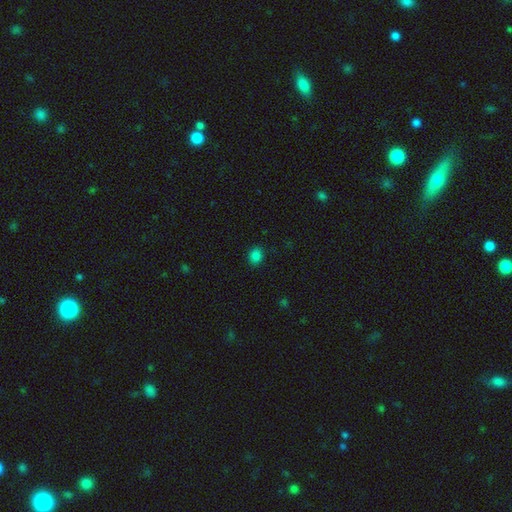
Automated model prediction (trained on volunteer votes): A smooth galaxy with no disk features (83%) that is round (64%).

Vote fractions:
- Smooth or featured? smooth: 83% / star or artifact: 14% / featured or disk: 3%
- How rounded? round: 64% / in between: 35% / cigar-shaped: 1%
- Merging? none: 90% / minor disturbance: 7% / major disturbance: 2% / merger: 1%